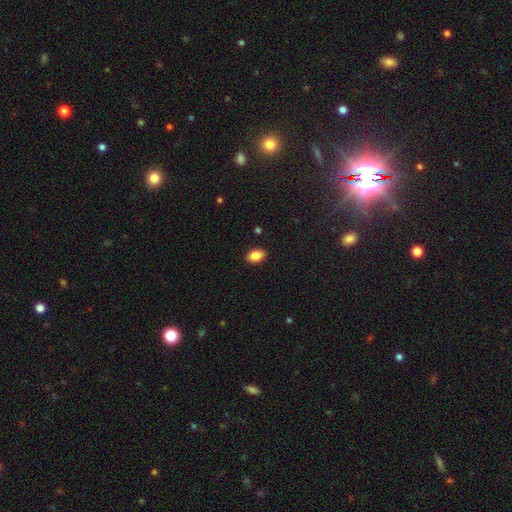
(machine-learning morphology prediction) Overall: smooth (86%). How rounded: in between (88%). Merging: none (89%).